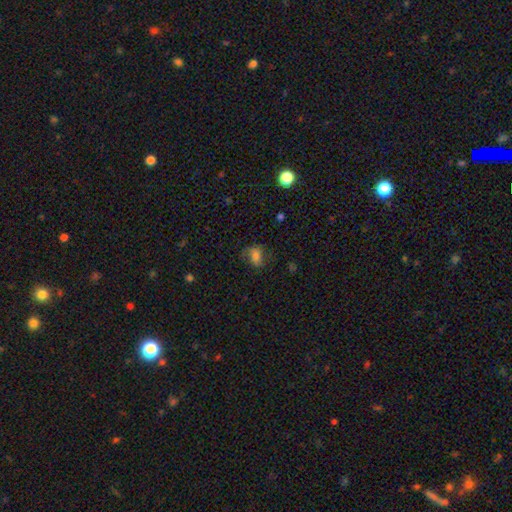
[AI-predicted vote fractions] Overall: smooth (69%). How rounded: in between (69%). Merging: none (62%; minor disturbance 23%).